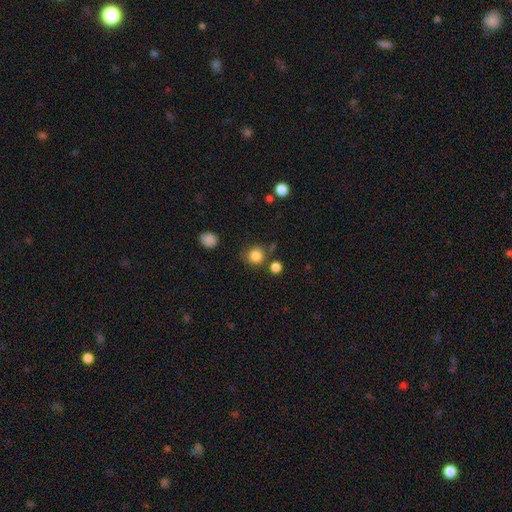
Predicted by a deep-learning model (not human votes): Q: Smooth or featured?
A: smooth (84%); runner-up: star or artifact (11%)
Q: How rounded?
A: round (90%); runner-up: in between (9%)
Q: Merging?
A: none (77%); runner-up: minor disturbance (11%)